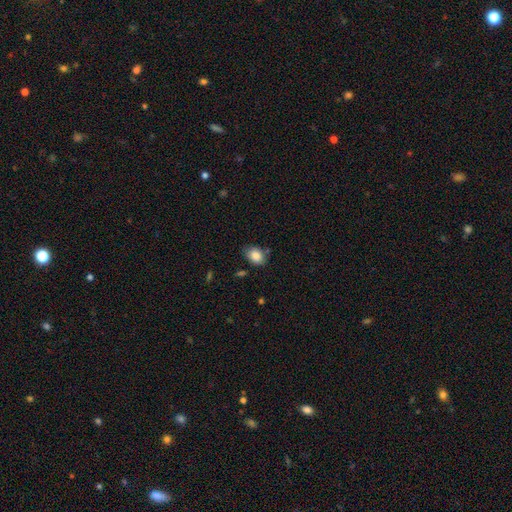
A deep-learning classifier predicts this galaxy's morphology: Smooth or featured: smooth — 86% (star or artifact — 8%)
How rounded: in between — 72% (round — 27%)
Merging: none — 75% (minor disturbance — 17%)